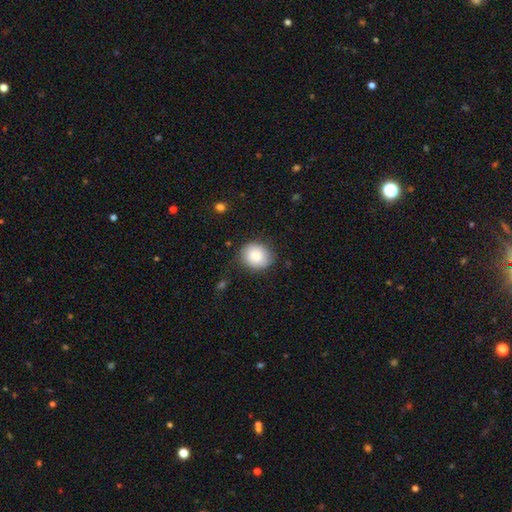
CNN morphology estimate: A smooth galaxy with no disk features (81%) that is round (73%).

Vote fractions:
- Smooth or featured? smooth: 81% / featured or disk: 12% / star or artifact: 8%
- How rounded? round: 73% / in between: 27% / cigar-shaped: 1%
- Merging? none: 82% / minor disturbance: 14% / major disturbance: 3% / merger: 1%